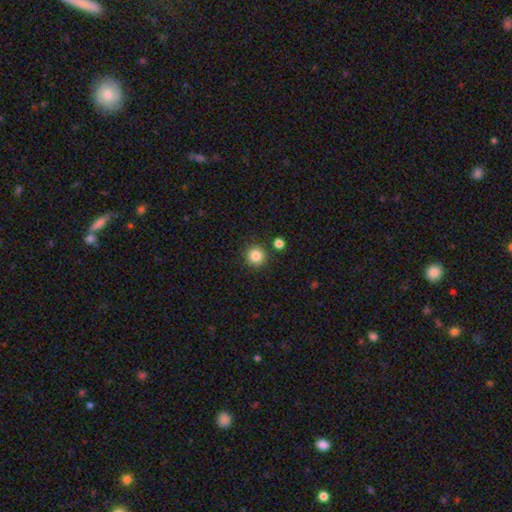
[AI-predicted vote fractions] Smooth or featured: smooth — 85% (star or artifact — 11%)
How rounded: round — 94% (in between — 5%)
Merging: none — 87% (minor disturbance — 6%)